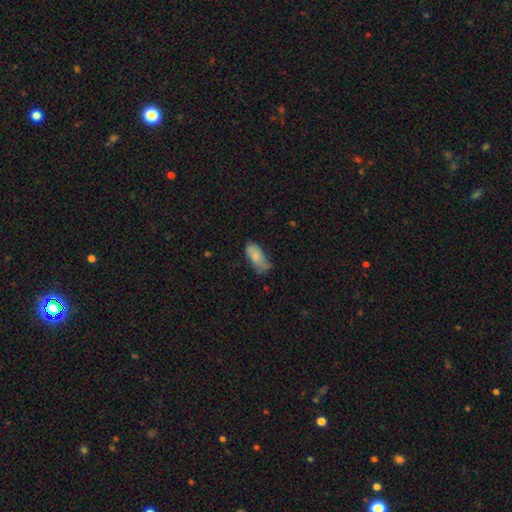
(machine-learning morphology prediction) smooth_or_featured: smooth (p=0.75) [alt: featured or disk p=0.19]
how_rounded: in between (p=0.88) [alt: cigar-shaped p=0.10]
merging: none (p=0.44) [alt: minor disturbance p=0.40]